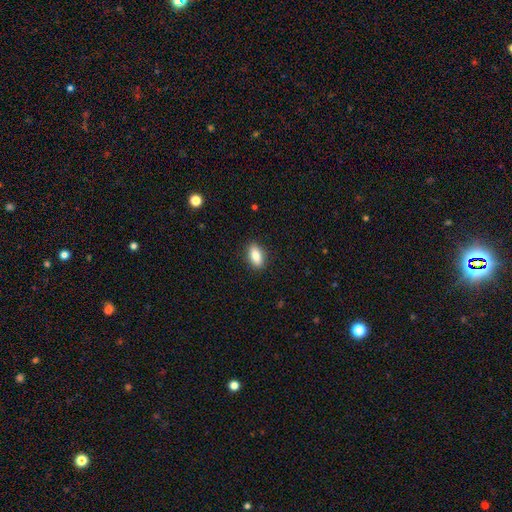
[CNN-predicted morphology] Overall: smooth (84%). How rounded: in between (87%). Merging: none (89%).